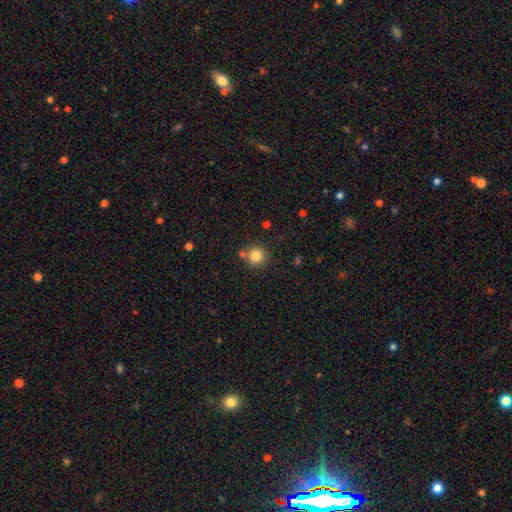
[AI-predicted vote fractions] The model was most divided on "smooth or featured": smooth: 83%, star or artifact: 11%, featured or disk: 6%. More confident: how rounded — round (95%); merging — none (81%).